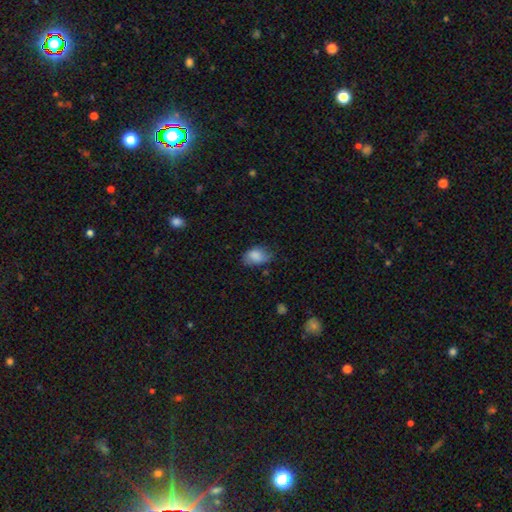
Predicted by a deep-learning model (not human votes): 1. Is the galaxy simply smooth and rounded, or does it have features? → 79% smooth, 13% featured or disk, 8% star or artifact.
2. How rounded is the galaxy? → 82% in between, 16% round, 1% cigar-shaped.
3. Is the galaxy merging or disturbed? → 53% none, 34% minor disturbance, 11% major disturbance, 2% merger.